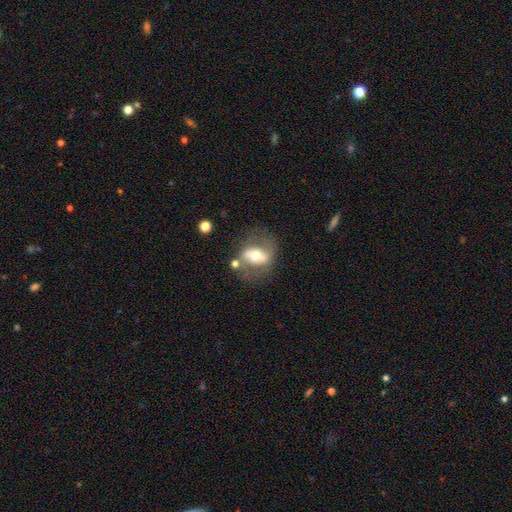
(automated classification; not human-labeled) A featured or disk galaxy (59%) with a strong bar (39%), no spiral arms (51%) and a moderate central bulge (69%). Merging: none (61%).